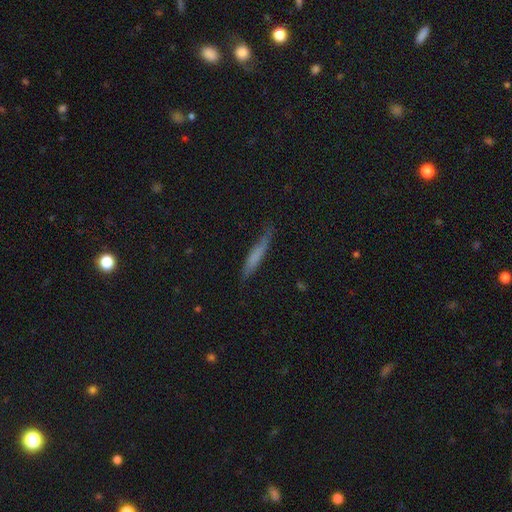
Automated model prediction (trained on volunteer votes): A smooth galaxy with no disk features (63%) that is cigar-shaped (92%).

Vote fractions:
- Smooth or featured? smooth: 63% / featured or disk: 29% / star or artifact: 8%
- How rounded? cigar-shaped: 92% / in between: 7% / round: 2%
- Merging? none: 71% / minor disturbance: 22% / major disturbance: 5% / merger: 2%